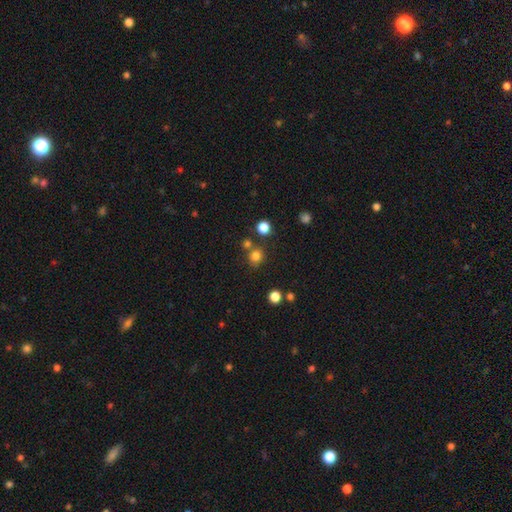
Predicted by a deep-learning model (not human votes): smooth 79%, star or artifact 16%, featured or disk 5%. Down the decision tree: how rounded — round (81%); merging — none (70%).